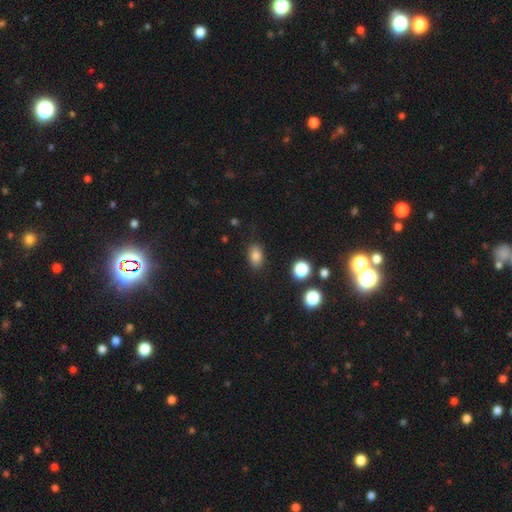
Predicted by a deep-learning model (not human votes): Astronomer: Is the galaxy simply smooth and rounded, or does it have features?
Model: smooth — 82%.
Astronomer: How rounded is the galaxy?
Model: in between — 83%.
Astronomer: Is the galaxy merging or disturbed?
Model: none — 85%.